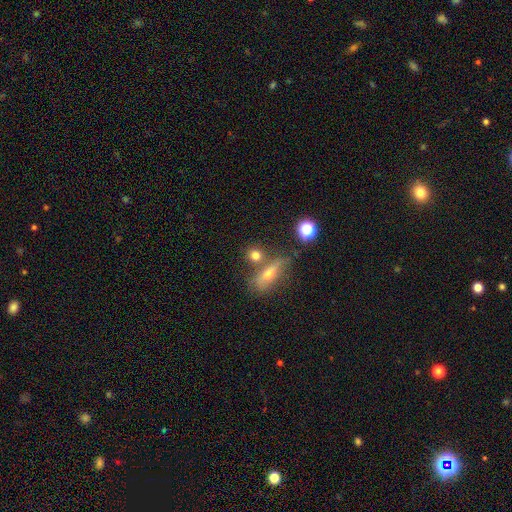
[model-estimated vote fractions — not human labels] smooth-or-featured: smooth: 70% | featured or disk: 16% | star or artifact: 14%
  how-rounded: round: 62% | in between: 26% | cigar-shaped: 12%
  merging: none: 61% | merger: 23% | minor disturbance: 11% | major disturbance: 5%